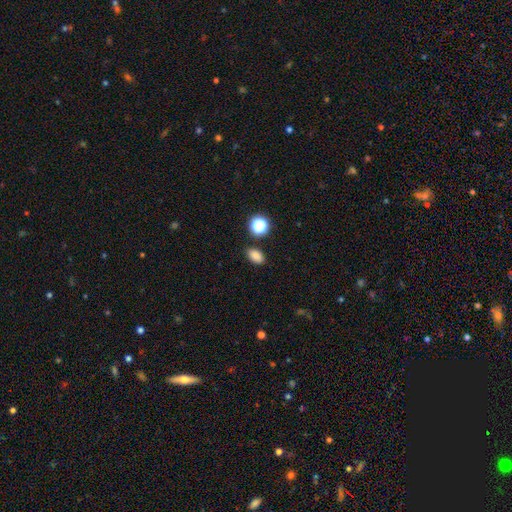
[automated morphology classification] smooth 82%, star or artifact 14%, featured or disk 4%. Down the decision tree: how rounded — in between (82%); merging — none (84%).